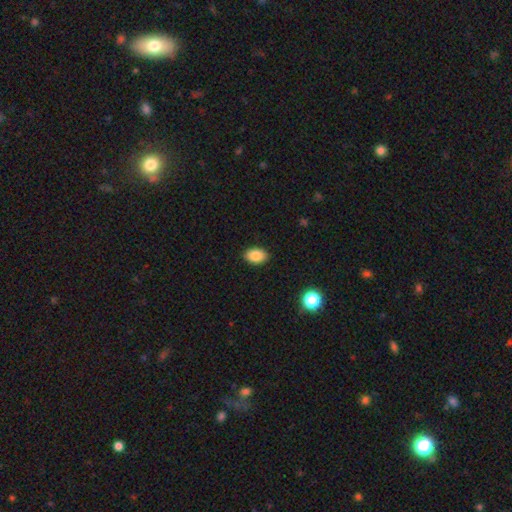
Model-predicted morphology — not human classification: A smooth galaxy with no disk features (87%) that is in between round and cigar-shaped (89%).

Vote fractions:
- Smooth or featured? smooth: 87% / star or artifact: 9% / featured or disk: 4%
- How rounded? in between: 89% / round: 10% / cigar-shaped: 1%
- Merging? none: 89% / minor disturbance: 8% / major disturbance: 2% / merger: 1%